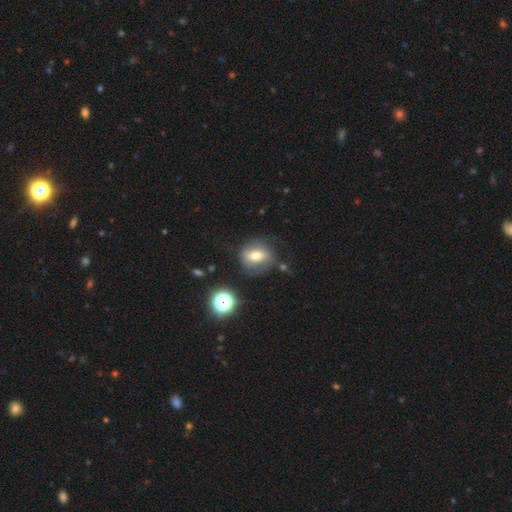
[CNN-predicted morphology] Smooth or featured?
  - smooth: 61% *
  - featured or disk: 26%
  - star or artifact: 13%
How rounded?
  - round: 57% *
  - in between: 41%
  - cigar-shaped: 2%
Merging?
  - none: 68% *
  - minor disturbance: 19%
  - major disturbance: 8%
  - merger: 4%